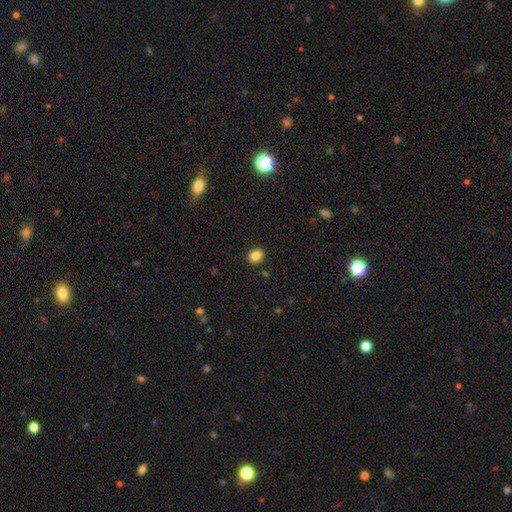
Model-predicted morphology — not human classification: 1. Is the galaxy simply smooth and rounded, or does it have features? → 85% smooth, 11% star or artifact, 4% featured or disk.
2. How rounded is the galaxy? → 69% round, 30% in between, 1% cigar-shaped.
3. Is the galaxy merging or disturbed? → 89% none, 8% minor disturbance, 2% major disturbance, 1% merger.